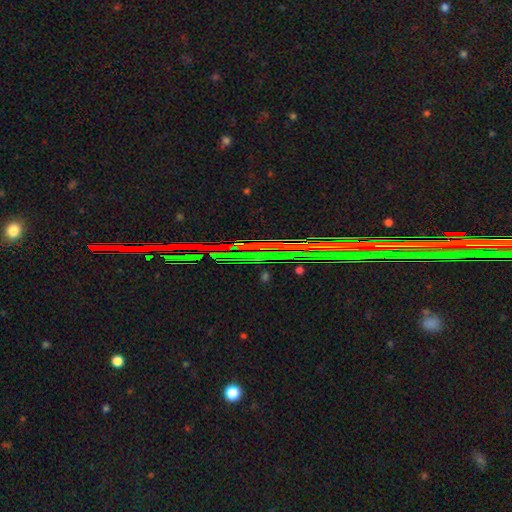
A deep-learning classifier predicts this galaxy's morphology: The model was most divided on "smooth or featured": star or artifact: 86%, featured or disk: 7%, smooth: 6%.